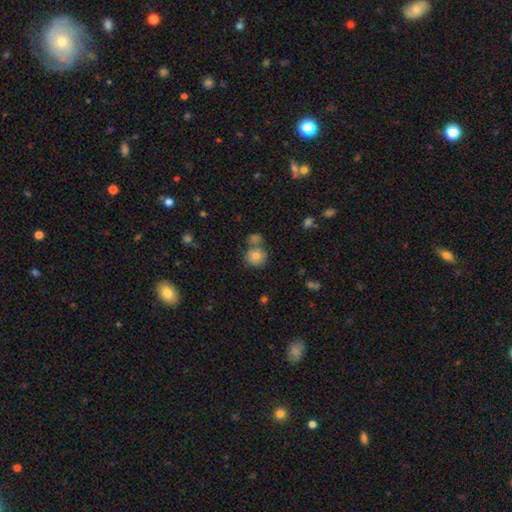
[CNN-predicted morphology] smooth 77%, featured or disk 13%, star or artifact 10%. Down the decision tree: how rounded — round (84%); merging — none (58%).